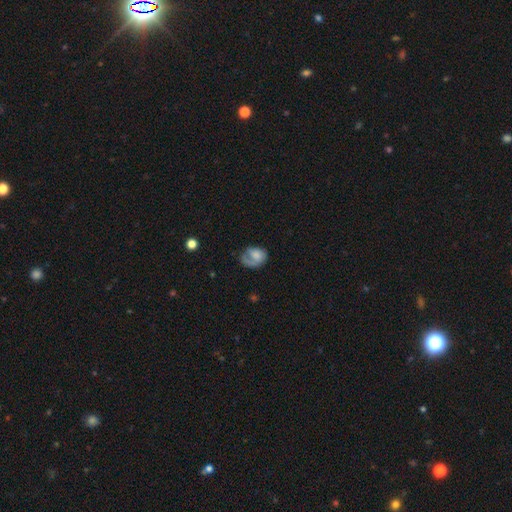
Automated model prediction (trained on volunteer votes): This is possibly a smooth galaxy (54%). How rounded: likely in between (64%). Merging: marginally none (40%).